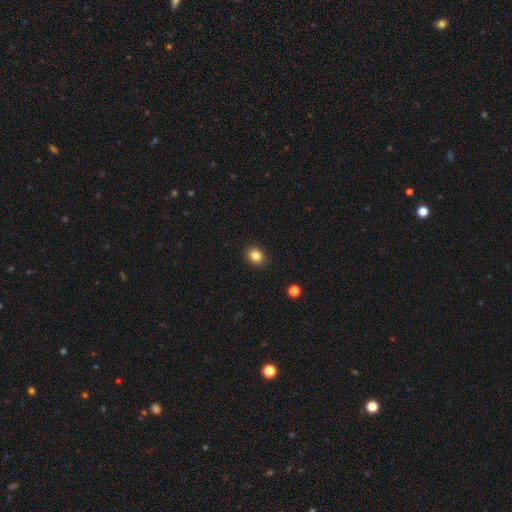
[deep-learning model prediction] Smooth or featured? Predicted: smooth (p=0.85). How rounded? Predicted: round (p=0.68). Merging? Predicted: none (p=0.91).